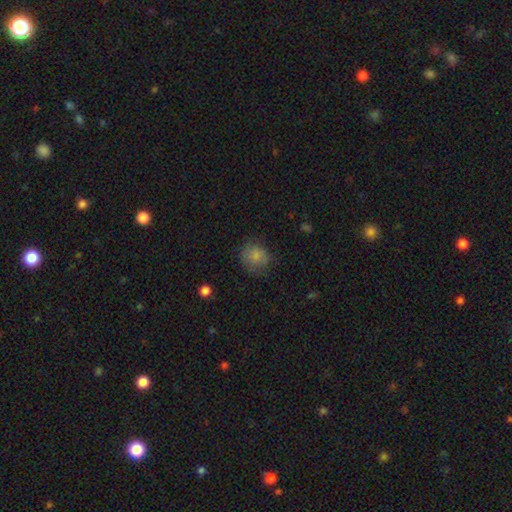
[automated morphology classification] A smooth galaxy with no disk features (81%) that is round (77%). Merging: none (70%).